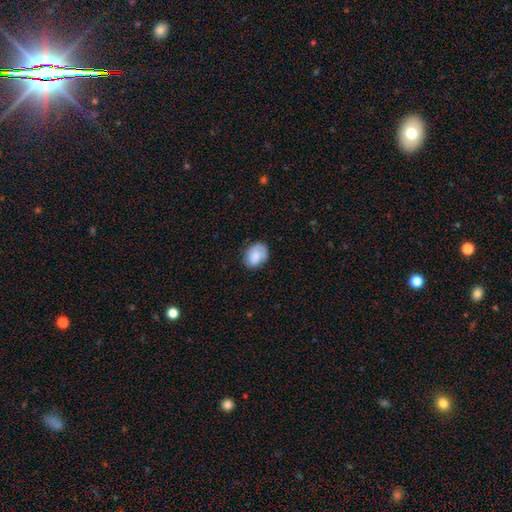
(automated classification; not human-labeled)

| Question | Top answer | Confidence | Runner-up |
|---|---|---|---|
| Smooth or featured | smooth | 81% | featured or disk (11%) |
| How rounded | in between | 61% | round (38%) |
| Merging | none | 71% | minor disturbance (22%) |